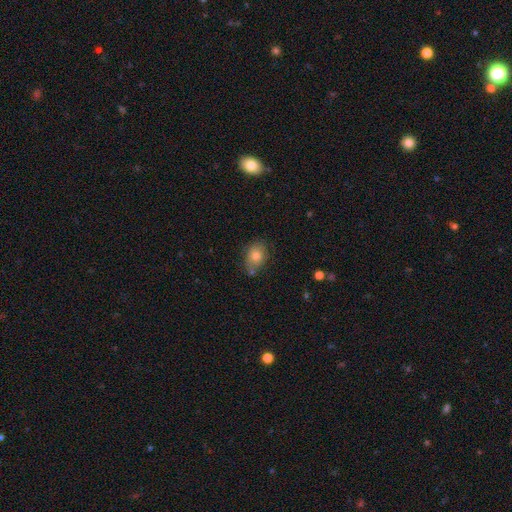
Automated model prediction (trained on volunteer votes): The model was most divided on "merging": none: 70%, minor disturbance: 20%, merger: 6%, major disturbance: 4%. More confident: smooth or featured — smooth (77%); how rounded — in between (74%).